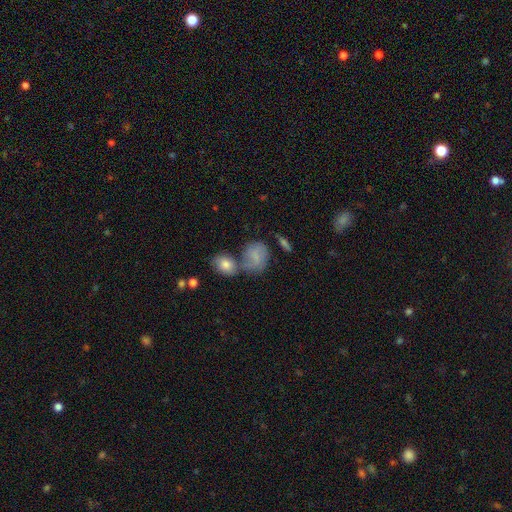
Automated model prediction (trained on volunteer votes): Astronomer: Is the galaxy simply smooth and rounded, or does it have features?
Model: smooth — 69%.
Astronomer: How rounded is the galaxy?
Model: round — 52% (runner-up: in between, 46%).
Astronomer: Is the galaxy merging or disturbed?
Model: none — 41% (runner-up: merger, 30%).